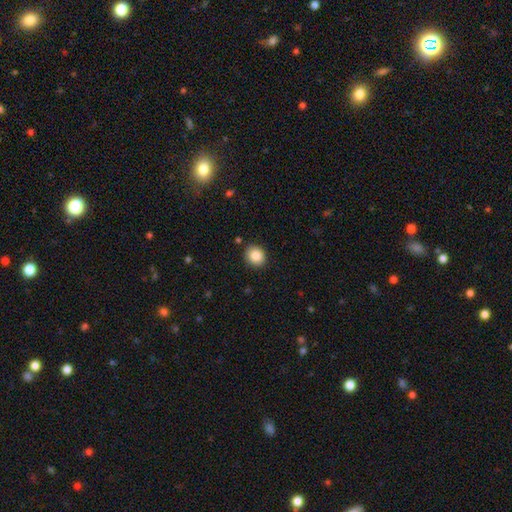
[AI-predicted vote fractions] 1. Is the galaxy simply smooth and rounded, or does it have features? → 87% smooth, 8% star or artifact, 5% featured or disk.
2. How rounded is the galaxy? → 74% round, 25% in between, 1% cigar-shaped.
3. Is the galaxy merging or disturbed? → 88% none, 8% minor disturbance, 2% major disturbance, 1% merger.